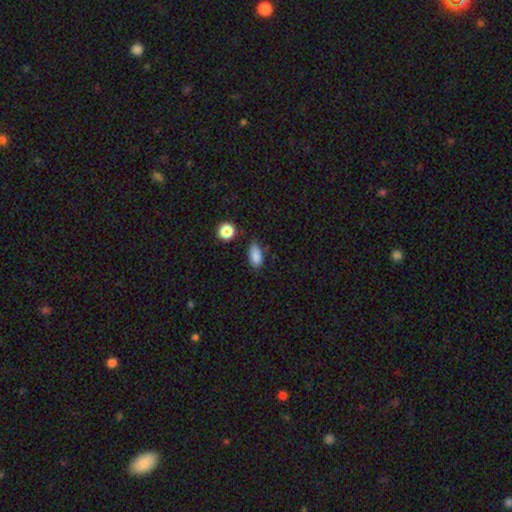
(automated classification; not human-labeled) smooth_or_featured: smooth (p=0.86) [alt: star or artifact p=0.09]
how_rounded: in between (p=0.88) [alt: round p=0.07]
merging: none (p=0.72) [alt: minor disturbance p=0.21]